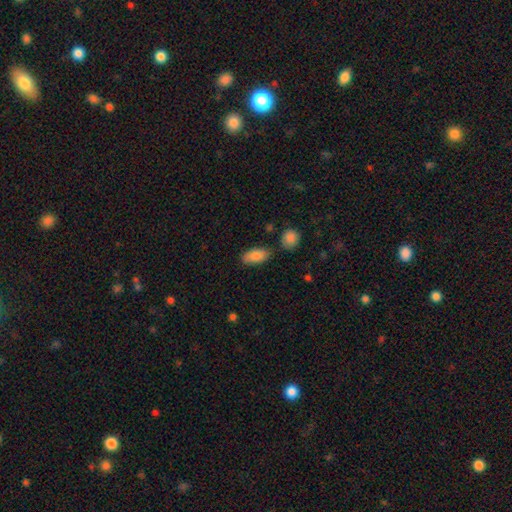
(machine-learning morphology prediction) This appears to be a smooth galaxy with no disk features (84%) that is in between round and cigar-shaped (89%). Merging: none (75%).